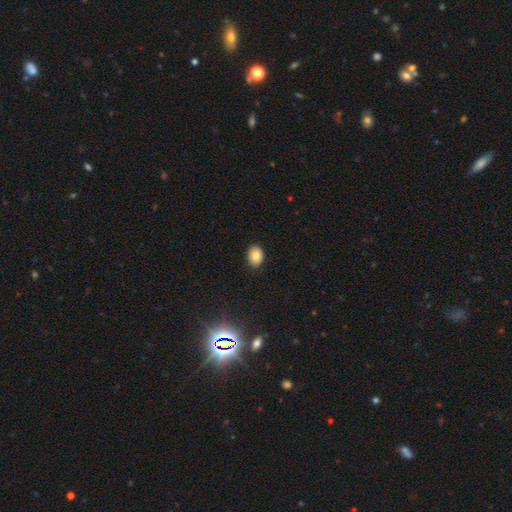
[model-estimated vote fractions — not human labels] Smooth or featured? Predicted: smooth (p=0.82). How rounded? Predicted: in between (p=0.61). Merging? Predicted: none (p=0.87).